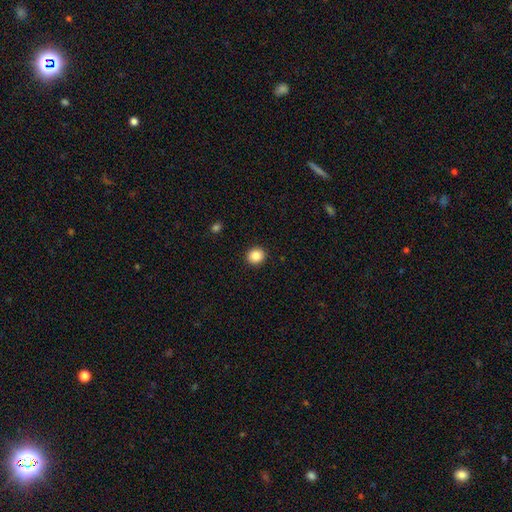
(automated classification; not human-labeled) smooth-or-featured: smooth: 87% | star or artifact: 10% | featured or disk: 4%
  how-rounded: round: 87% | in between: 12% | cigar-shaped: 1%
  merging: none: 92% | minor disturbance: 5% | major disturbance: 2% | merger: 1%